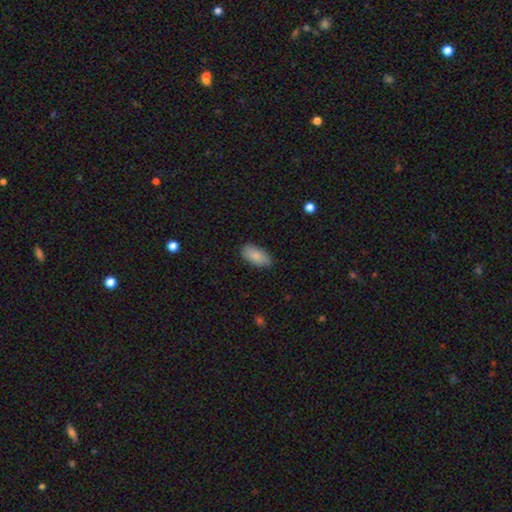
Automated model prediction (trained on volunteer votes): A smooth galaxy with no disk features (87%) that is in between round and cigar-shaped (92%).

Vote fractions:
- Smooth or featured? smooth: 87% / featured or disk: 7% / star or artifact: 6%
- How rounded? in between: 92% / cigar-shaped: 6% / round: 2%
- Merging? none: 86% / minor disturbance: 11% / major disturbance: 2% / merger: 1%